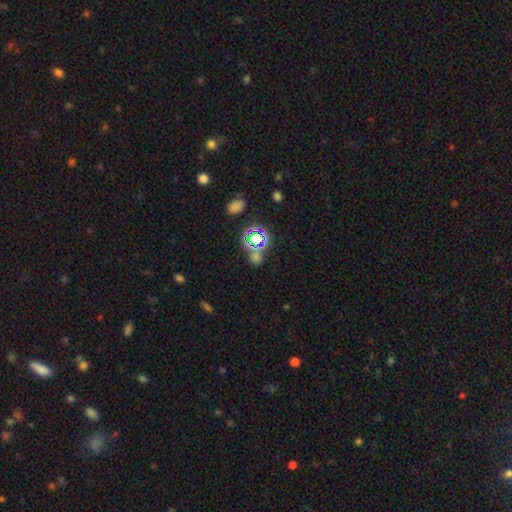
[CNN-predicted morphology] smooth_or_featured: star or artifact (p=0.64) [alt: smooth p=0.28]